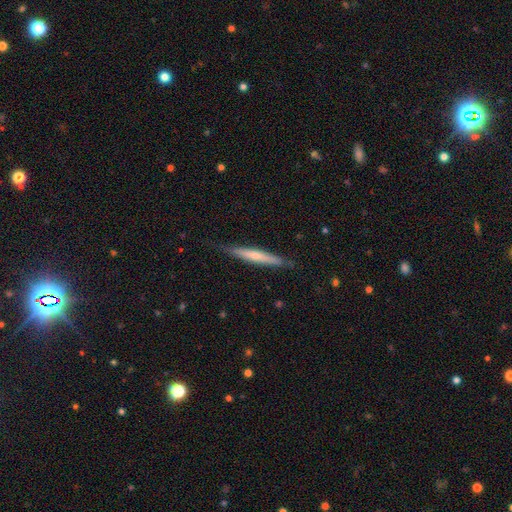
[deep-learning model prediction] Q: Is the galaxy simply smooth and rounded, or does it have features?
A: featured or disk — 51%.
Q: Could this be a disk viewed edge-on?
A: yes — 95%.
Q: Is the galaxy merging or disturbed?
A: none — 84%.